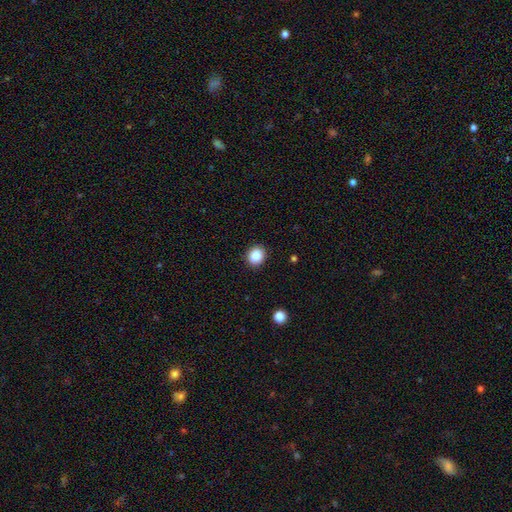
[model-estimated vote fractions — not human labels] A smooth galaxy with no disk features (87%) that is round (73%).

Vote fractions:
- Smooth or featured? smooth: 87% / star or artifact: 9% / featured or disk: 4%
- How rounded? round: 73% / in between: 26% / cigar-shaped: 1%
- Merging? none: 90% / minor disturbance: 7% / major disturbance: 2% / merger: 1%